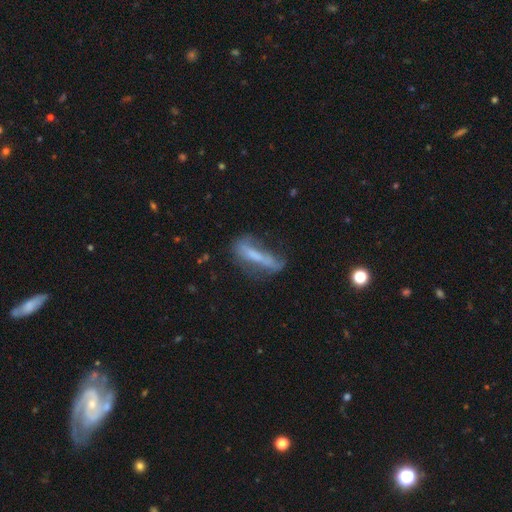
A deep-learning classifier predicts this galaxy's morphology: Overall: featured or disk (45%, tied with smooth). Merging: none (41%; minor disturbance 28%).